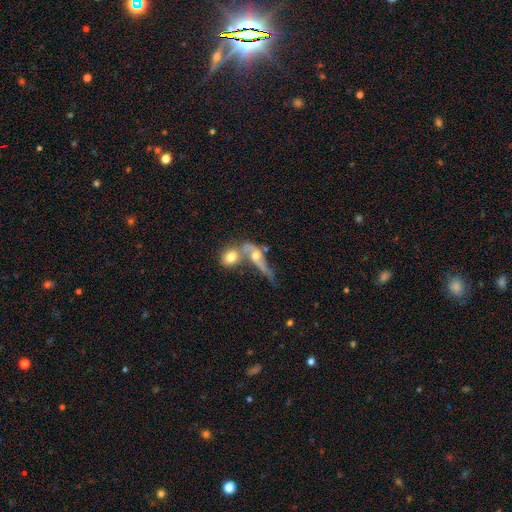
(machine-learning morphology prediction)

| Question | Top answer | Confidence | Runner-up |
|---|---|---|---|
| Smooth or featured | featured or disk | 53% | smooth (38%) |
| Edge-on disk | no | 75% | yes (25%) |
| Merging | merger | 58% | major disturbance (16%) |